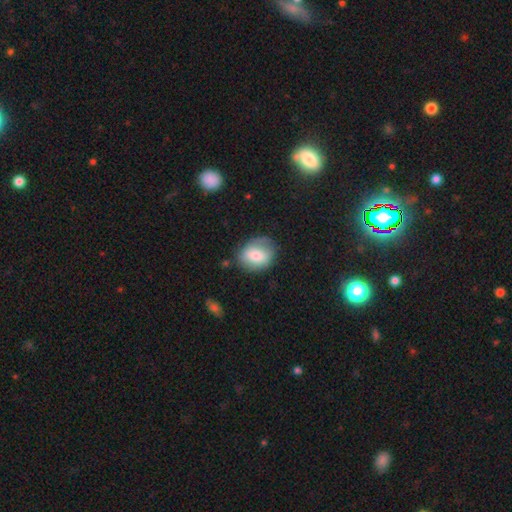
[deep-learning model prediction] Smooth or featured: smooth — 70% (featured or disk — 23%)
How rounded: round — 51% (in between — 48%)
Merging: none — 64% (minor disturbance — 25%)